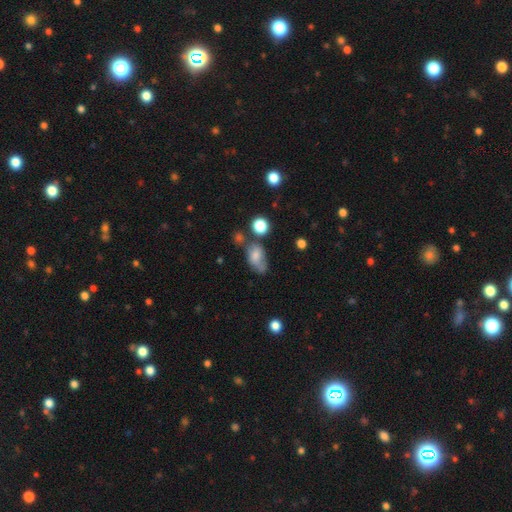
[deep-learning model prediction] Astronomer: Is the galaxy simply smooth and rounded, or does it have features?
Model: smooth — 71%.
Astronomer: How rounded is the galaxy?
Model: in between — 86%.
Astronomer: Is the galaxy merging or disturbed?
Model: none — 38% (runner-up: minor disturbance, 30%).